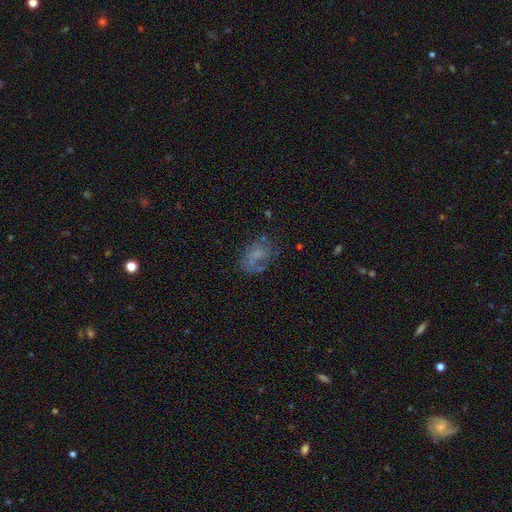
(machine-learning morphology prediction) smooth 43%, featured or disk 42%, star or artifact 16%. Down the decision tree: merging — none (44%).